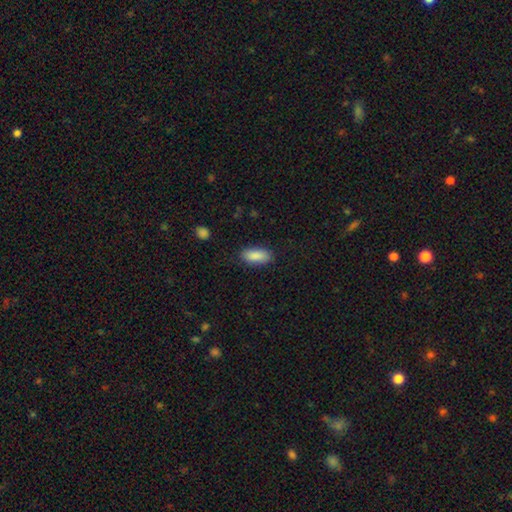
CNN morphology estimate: A smooth galaxy with no disk features (88%) that is in between round and cigar-shaped (89%). Merging: none (85%).